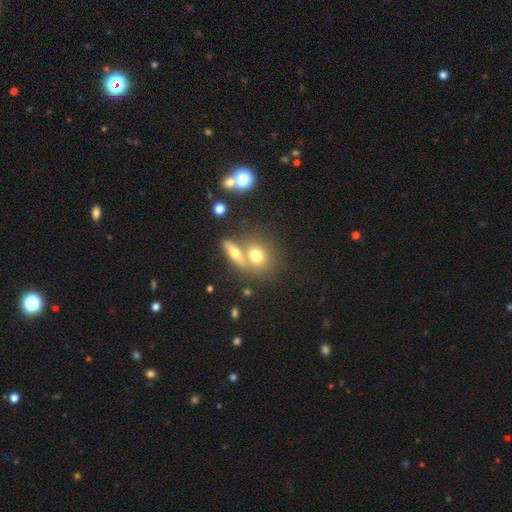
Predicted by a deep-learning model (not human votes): Morphology: type=smooth (69%); roundness=round (59%); merging=none (47%).